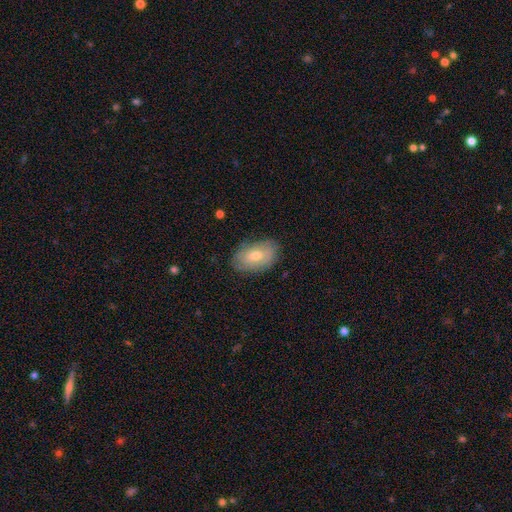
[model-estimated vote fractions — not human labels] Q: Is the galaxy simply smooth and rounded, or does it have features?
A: smooth — 56%.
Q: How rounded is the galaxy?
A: in between — 90%.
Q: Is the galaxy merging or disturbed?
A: none — 80%.